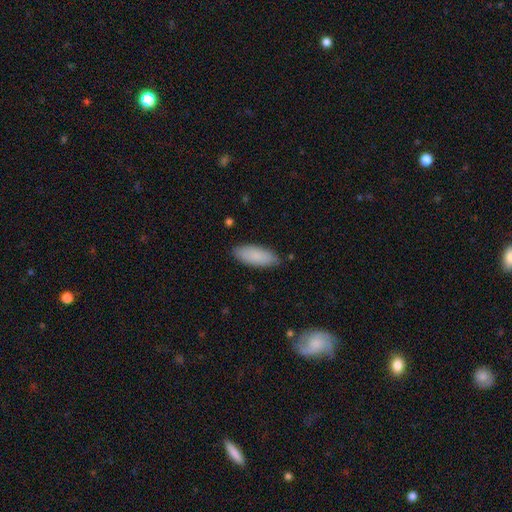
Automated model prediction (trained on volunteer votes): smooth-or-featured: smooth: 86% | featured or disk: 8% | star or artifact: 6%
  how-rounded: in between: 76% | cigar-shaped: 22% | round: 2%
  merging: none: 84% | minor disturbance: 12% | major disturbance: 2% | merger: 1%